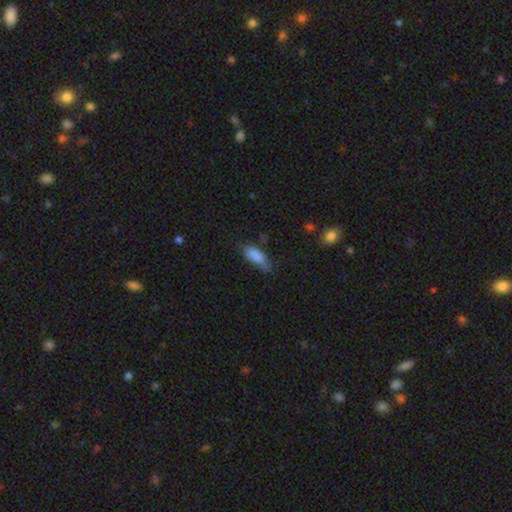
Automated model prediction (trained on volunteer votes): A smooth galaxy with no disk features (84%) that is in between round and cigar-shaped (81%). Merging: none (47%).